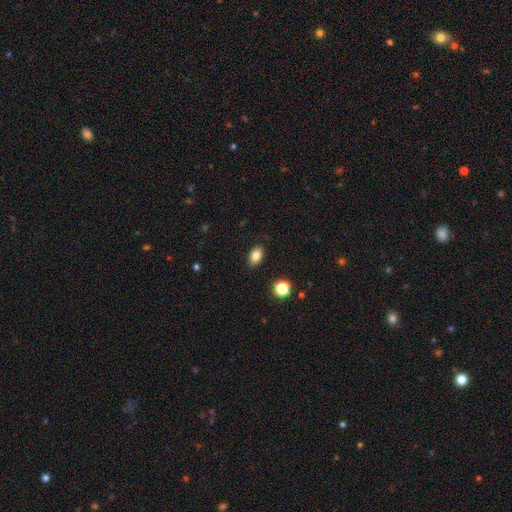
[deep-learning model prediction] Overall: smooth (83%). How rounded: in between (87%). Merging: none (88%).